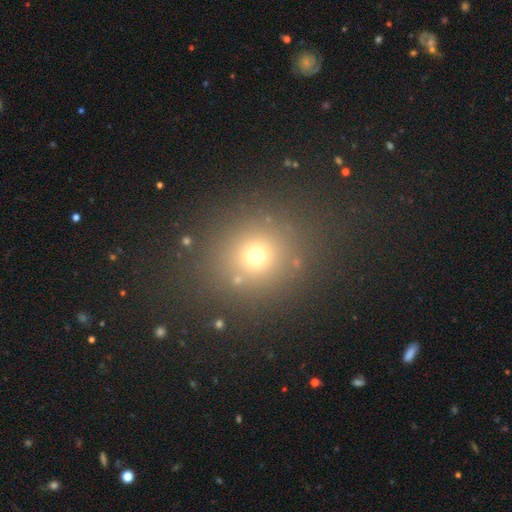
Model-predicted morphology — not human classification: This appears to be a smooth galaxy with no disk features (70%) that is round (85%). Merging: none (83%).